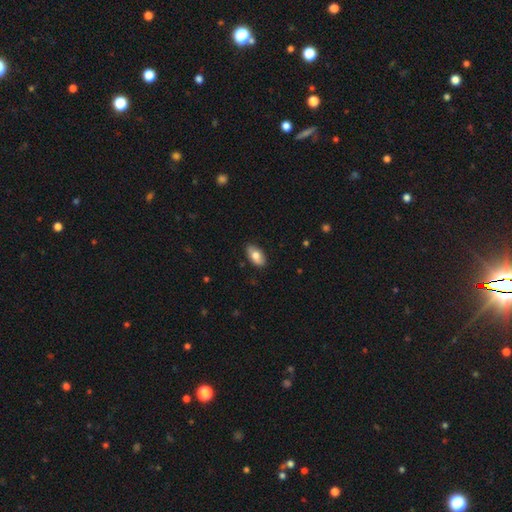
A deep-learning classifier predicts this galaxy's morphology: Smooth or featured? smooth (76%)
How rounded? in between (92%)
Merging? none (85%)